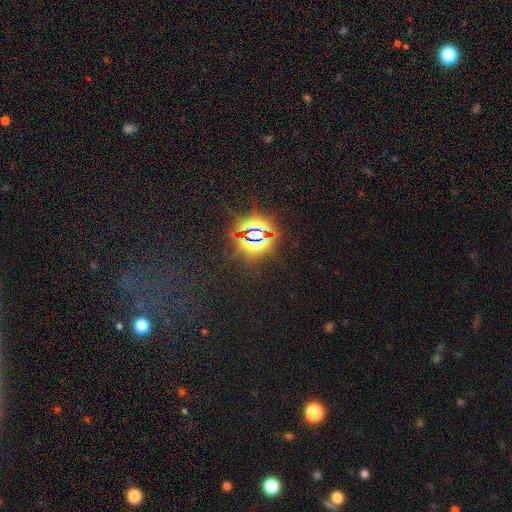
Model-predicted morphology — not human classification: The model was most divided on "smooth or featured": star or artifact: 70%, smooth: 20%, featured or disk: 10%.